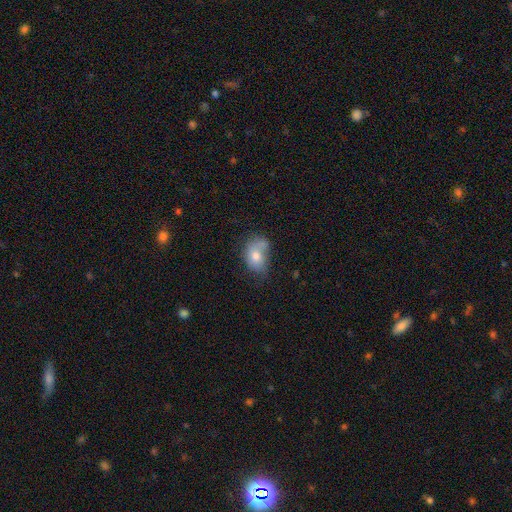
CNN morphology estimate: A smooth galaxy with no disk features (74%) that is in between round and cigar-shaped (70%).

Vote fractions:
- Smooth or featured? smooth: 74% / featured or disk: 17% / star or artifact: 9%
- How rounded? in between: 70% / round: 29% / cigar-shaped: 1%
- Merging? none: 37% / minor disturbance: 29% / merger: 19% / major disturbance: 14%